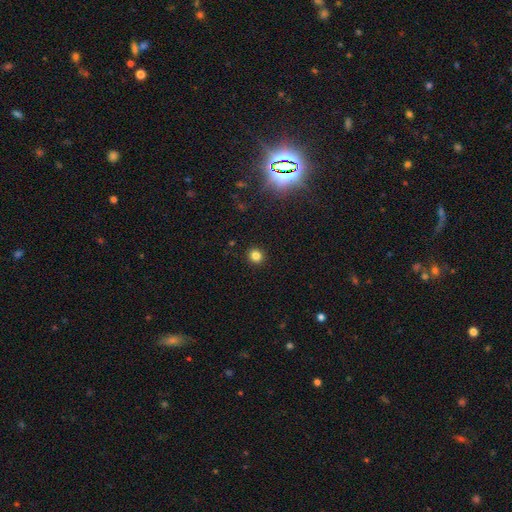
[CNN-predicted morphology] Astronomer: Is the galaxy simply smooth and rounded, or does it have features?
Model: smooth — 81%.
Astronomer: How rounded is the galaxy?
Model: round — 88%.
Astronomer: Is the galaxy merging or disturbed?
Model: none — 92%.